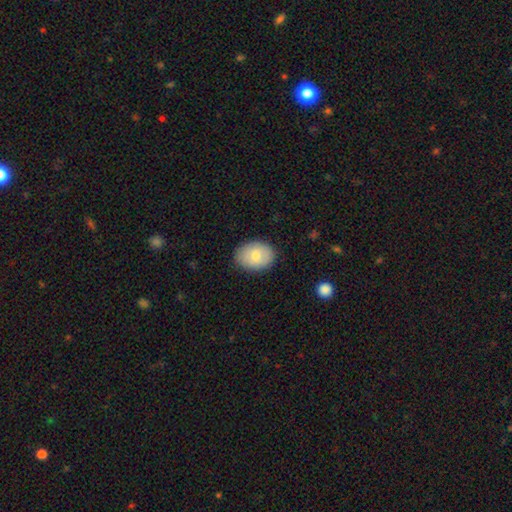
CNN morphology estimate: The model was most divided on "how rounded": in between: 72%, round: 27%, cigar-shaped: 1%. More confident: merging — none (85%); smooth or featured — smooth (75%).